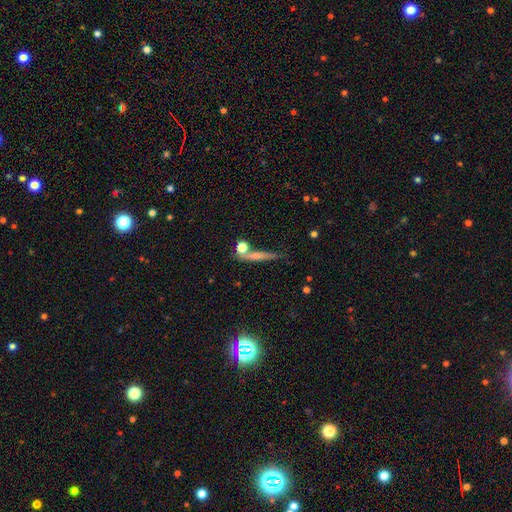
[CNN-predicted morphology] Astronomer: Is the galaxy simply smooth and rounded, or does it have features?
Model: smooth — 53% (runner-up: featured or disk, 35%).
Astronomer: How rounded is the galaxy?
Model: cigar-shaped — 77%.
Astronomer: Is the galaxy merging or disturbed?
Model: none — 65%.